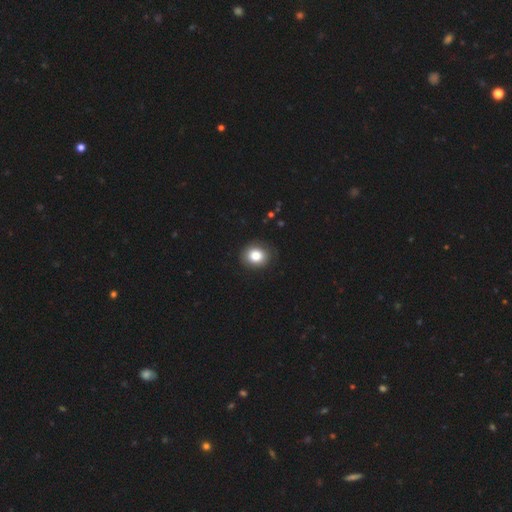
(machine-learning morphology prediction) smooth-or-featured: smooth: 83% | star or artifact: 10% | featured or disk: 8%
  how-rounded: round: 74% | in between: 25% | cigar-shaped: 1%
  merging: none: 87% | minor disturbance: 9% | major disturbance: 2% | merger: 1%